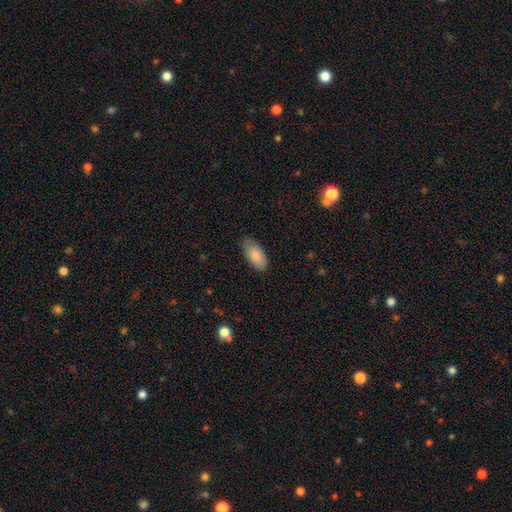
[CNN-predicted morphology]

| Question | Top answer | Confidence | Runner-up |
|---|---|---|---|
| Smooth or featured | smooth | 87% | featured or disk (7%) |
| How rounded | in between | 92% | cigar-shaped (6%) |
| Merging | none | 80% | minor disturbance (16%) |